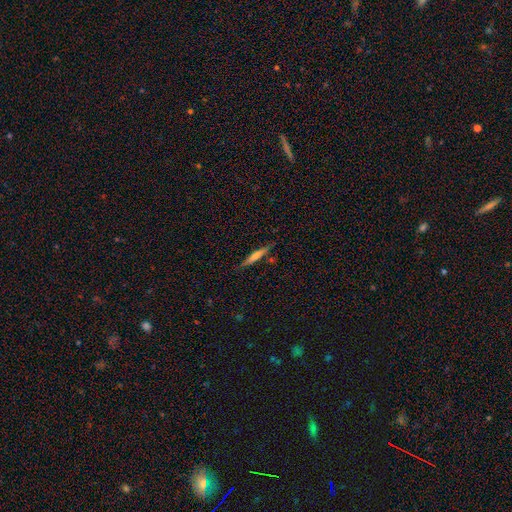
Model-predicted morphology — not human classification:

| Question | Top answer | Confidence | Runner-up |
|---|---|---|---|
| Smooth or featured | featured or disk | 48% | smooth (45%) |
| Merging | none | 84% | minor disturbance (11%) |